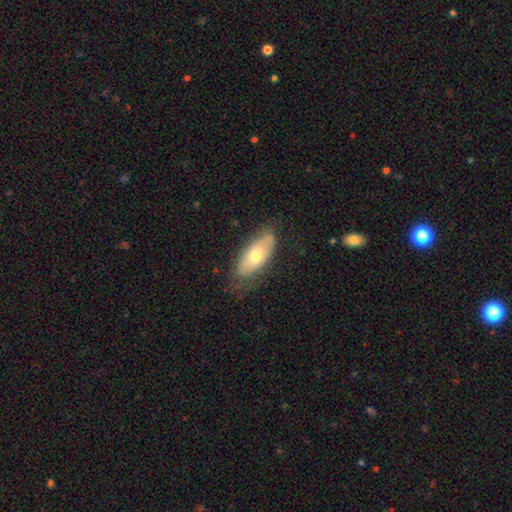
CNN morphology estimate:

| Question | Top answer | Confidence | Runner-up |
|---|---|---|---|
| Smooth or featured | smooth | 63% | featured or disk (31%) |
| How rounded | in between | 81% | cigar-shaped (17%) |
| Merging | none | 69% | minor disturbance (24%) |